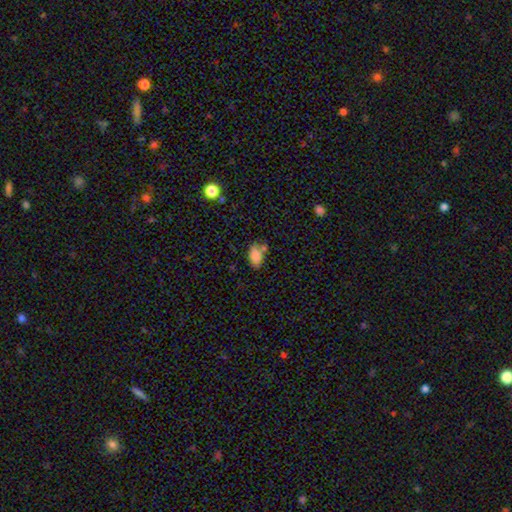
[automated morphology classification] This appears to be a smooth galaxy with no disk features (82%) that is in between round and cigar-shaped (92%). Merging: none (57%).